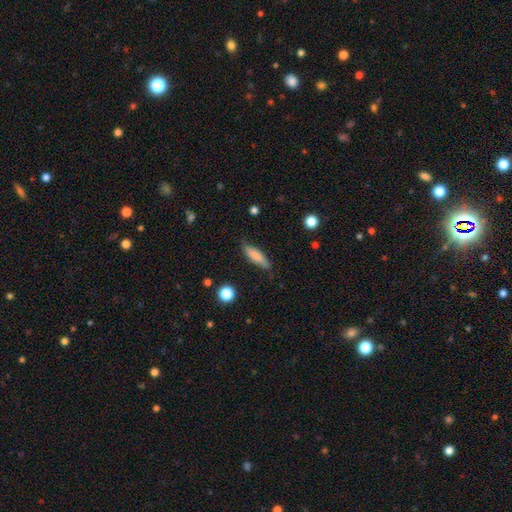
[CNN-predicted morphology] A smooth galaxy with no disk features (79%) that is cigar-shaped (67%).

Vote fractions:
- Smooth or featured? smooth: 79% / featured or disk: 15% / star or artifact: 7%
- How rounded? cigar-shaped: 67% / in between: 31% / round: 2%
- Merging? none: 80% / minor disturbance: 15% / major disturbance: 3% / merger: 2%